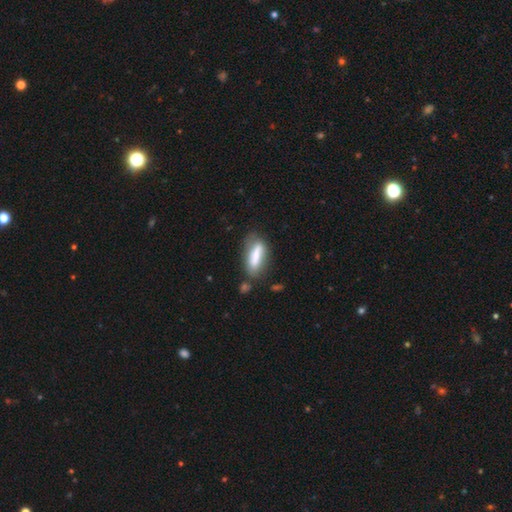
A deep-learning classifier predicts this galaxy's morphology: A smooth galaxy with no disk features (62%) that is in between round and cigar-shaped (57%).

Vote fractions:
- Smooth or featured? smooth: 62% / featured or disk: 31% / star or artifact: 7%
- How rounded? in between: 57% / cigar-shaped: 40% / round: 2%
- Merging? none: 63% / minor disturbance: 22% / major disturbance: 8% / merger: 8%